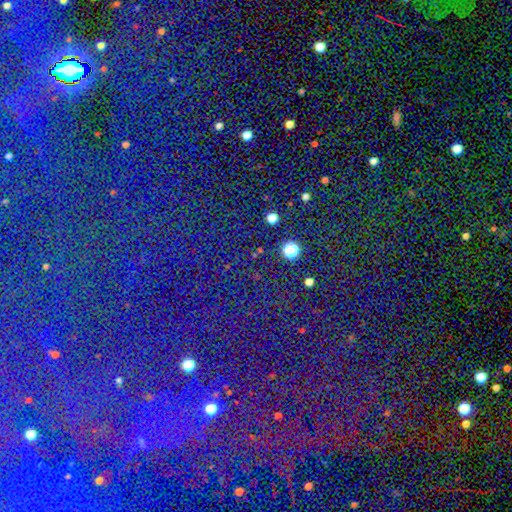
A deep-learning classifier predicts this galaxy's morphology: Smooth or featured? star or artifact (87%)